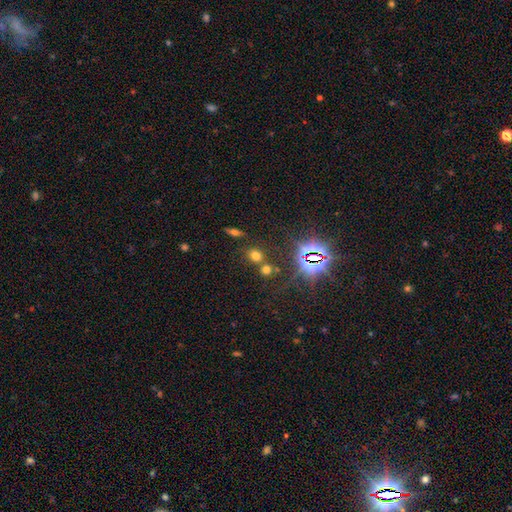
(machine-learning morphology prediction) Smooth or featured? smooth (58%)
How rounded? round (70%)
Merging? none (64%)